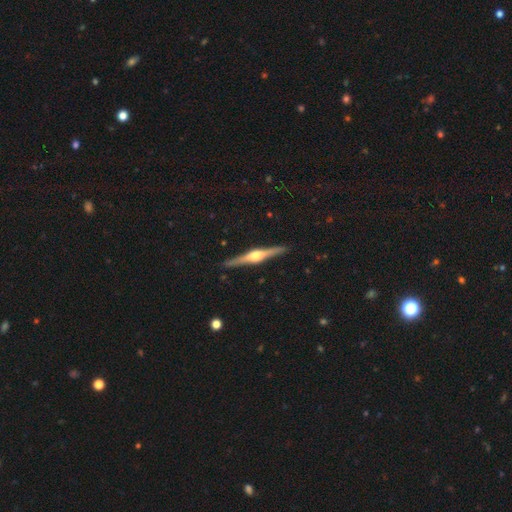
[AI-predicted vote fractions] This appears to be a featured or disk galaxy (84%) viewed edge-on (98%) with a rounded central bulge (93%). Merging: none (91%).